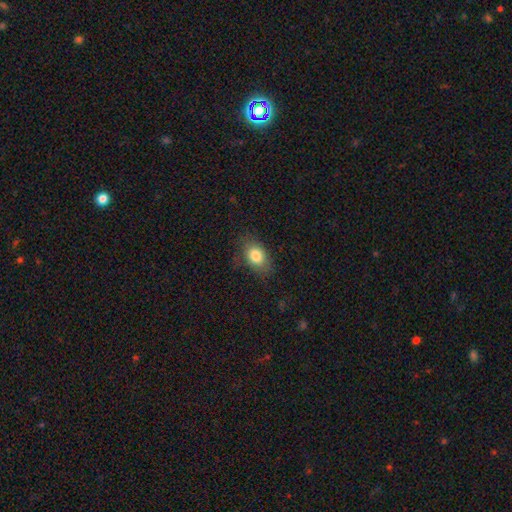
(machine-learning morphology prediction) This appears to be a smooth galaxy with no disk features (81%) that is in between round and cigar-shaped (82%). Merging: none (75%).